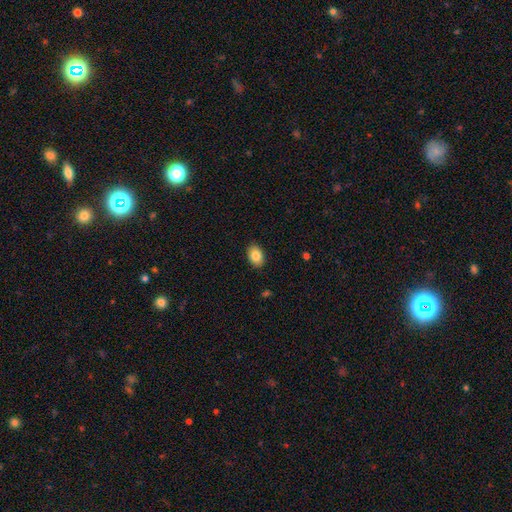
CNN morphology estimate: type=smooth (85%); roundness=in between (82%); merging=none (89%).